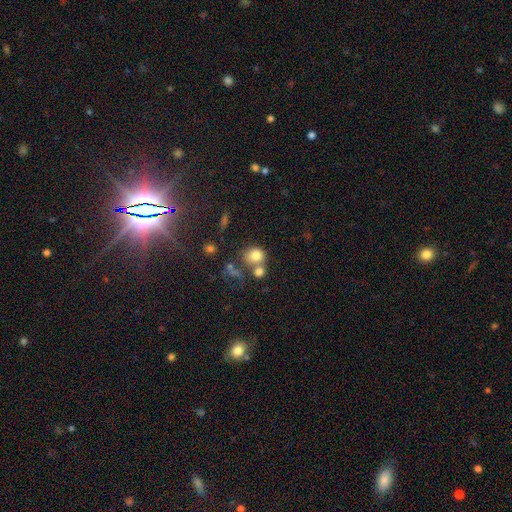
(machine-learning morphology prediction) This is likely a smooth galaxy (77%). How rounded: likely round (72%). Merging: possibly none (45%).